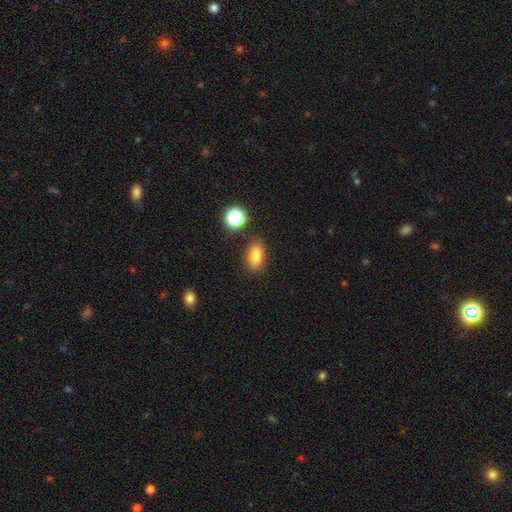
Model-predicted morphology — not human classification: The model was most divided on "smooth or featured": smooth: 81%, star or artifact: 11%, featured or disk: 8%. More confident: merging — none (86%); how rounded — in between (84%).